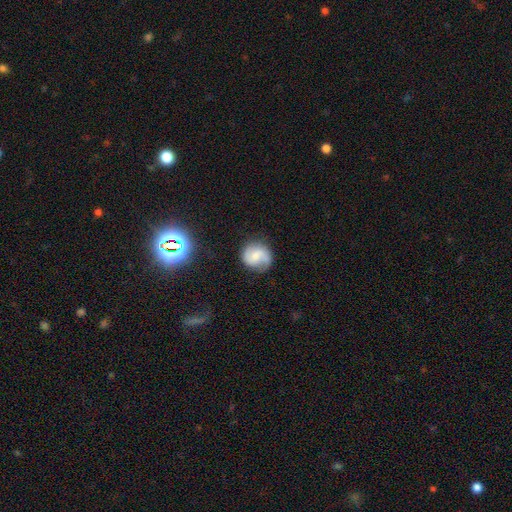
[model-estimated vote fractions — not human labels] Smooth or featured? featured or disk (59%)
Edge-on disk? no (98%)
Bar? no (46%)
Spiral arms? yes (92%)
Spiral winding? medium (45%)
Spiral arm count? 2 (81%)
Bulge size? small (45%)
Merging? none (75%)